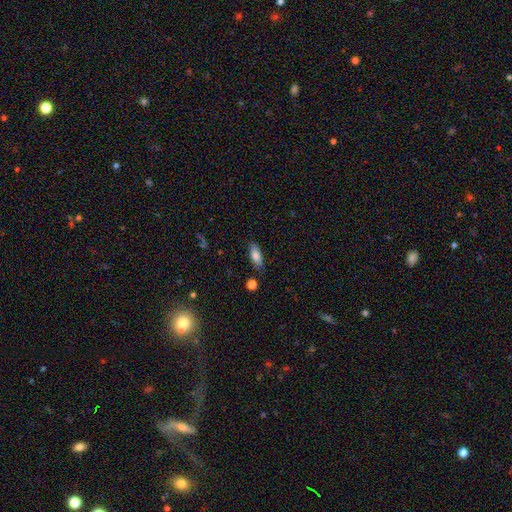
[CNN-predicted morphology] This is clearly a smooth galaxy (82%). How rounded: likely in between (74%). Merging: clearly none (82%).